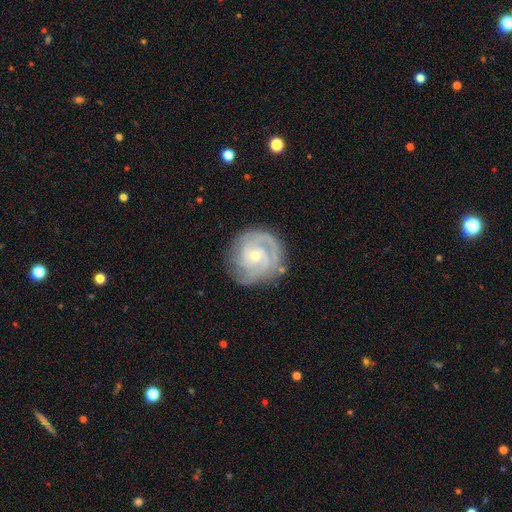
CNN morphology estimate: Smooth or featured?
  - featured or disk: 86% *
  - smooth: 9%
  - star or artifact: 5%
Edge-on disk?
  - no: 98% *
  - yes: 2%
Bar?
  - no: 66% *
  - weak: 29%
  - strong: 5%
Spiral arms?
  - yes: 96% *
  - no: 4%
Spiral winding?
  - tight: 68% *
  - medium: 27%
  - loose: 5%
Spiral arm count?
  - 3: 33% *
  - 2: 30%
  - can't tell: 19%
  - 4: 7%
  - 1: 6%
  - more than 4: 5%
Bulge size?
  - small: 63% *
  - moderate: 34%
  - large: 1%
  - none: 1%
  - dominant: 1%
Merging?
  - none: 79% *
  - minor disturbance: 15%
  - major disturbance: 5%
  - merger: 2%